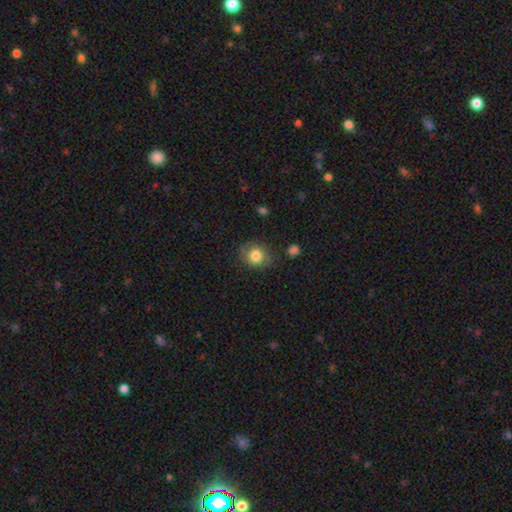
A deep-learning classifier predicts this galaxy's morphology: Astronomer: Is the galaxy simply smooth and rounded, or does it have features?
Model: smooth — 79%.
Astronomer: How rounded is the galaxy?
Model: round — 69%.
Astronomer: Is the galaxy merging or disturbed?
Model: none — 74%.